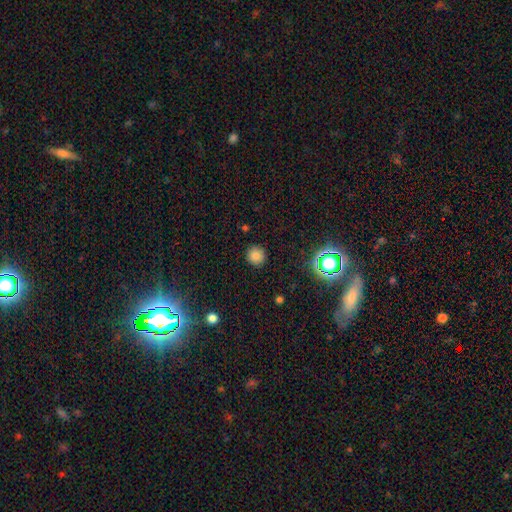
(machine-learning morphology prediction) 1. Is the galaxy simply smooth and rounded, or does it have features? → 81% smooth, 15% star or artifact, 5% featured or disk.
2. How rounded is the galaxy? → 94% round, 5% in between, 1% cigar-shaped.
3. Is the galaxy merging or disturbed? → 91% none, 6% minor disturbance, 2% major disturbance, 1% merger.